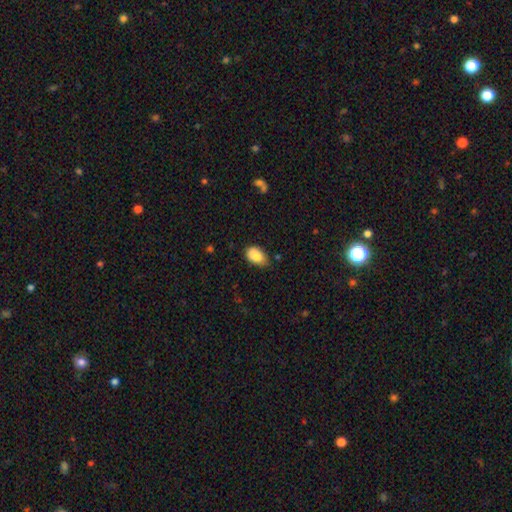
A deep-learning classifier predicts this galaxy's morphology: type=smooth (84%); roundness=in between (89%); merging=none (55%).